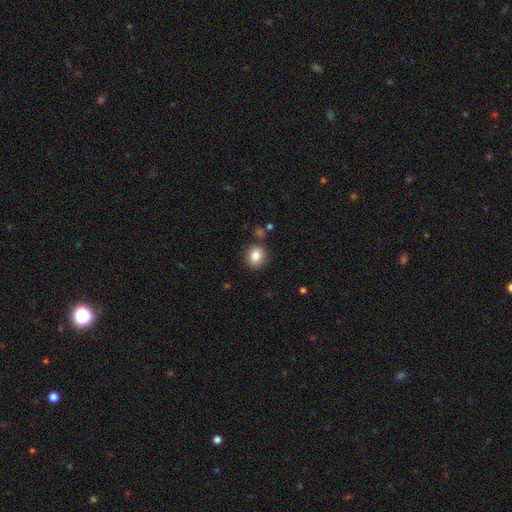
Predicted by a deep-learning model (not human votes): This is clearly a smooth galaxy (83%). How rounded: likely round (79%). Merging: clearly none (87%).